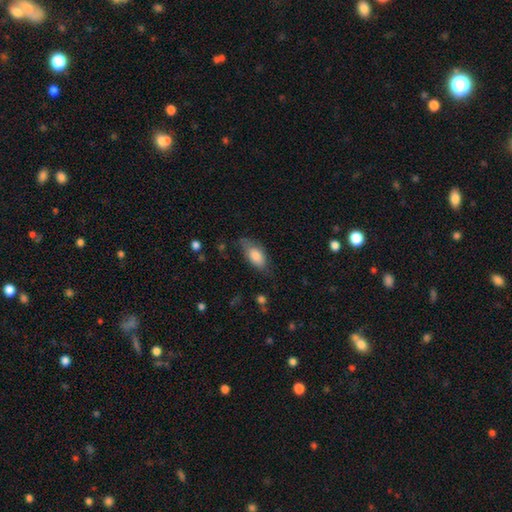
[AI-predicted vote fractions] smooth-or-featured: smooth: 81% | featured or disk: 13% | star or artifact: 6%
  how-rounded: in between: 89% | cigar-shaped: 8% | round: 3%
  merging: none: 60% | minor disturbance: 30% | major disturbance: 9% | merger: 2%